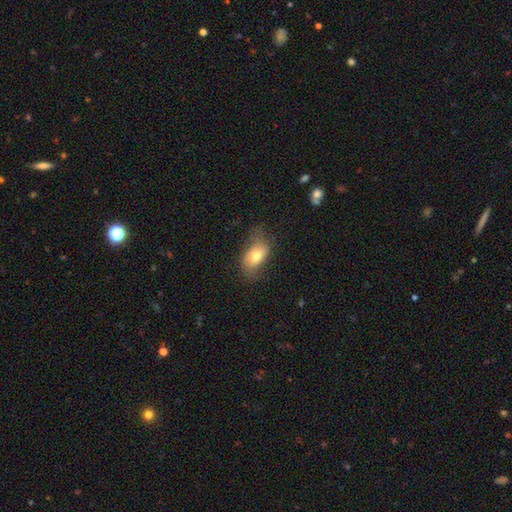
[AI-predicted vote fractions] Smooth or featured: smooth — 70% (featured or disk — 22%)
How rounded: in between — 89% (round — 8%)
Merging: none — 57% (minor disturbance — 30%)